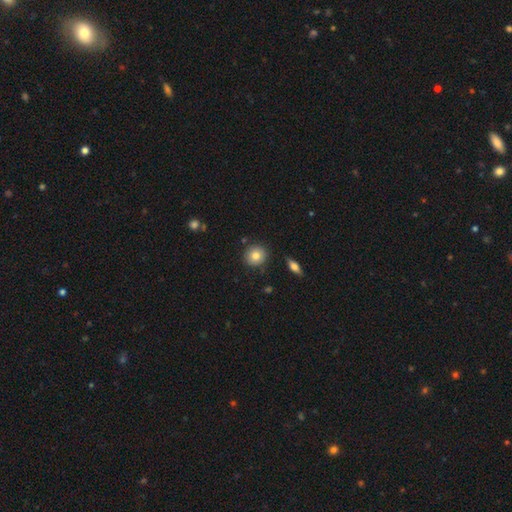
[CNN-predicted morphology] smooth 80%, featured or disk 11%, star or artifact 9%. Down the decision tree: how rounded — round (87%); merging — none (86%).